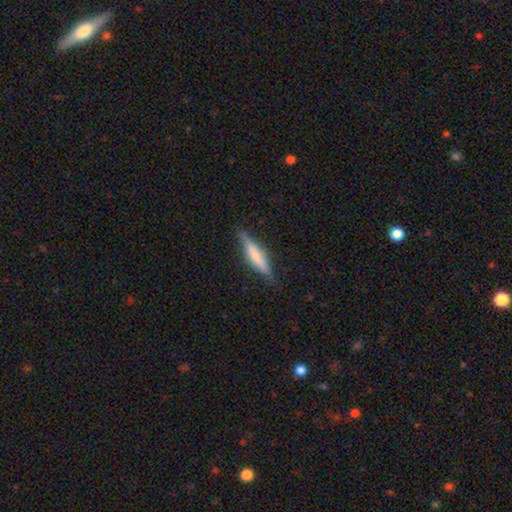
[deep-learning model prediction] Morphology: type=smooth (55%); roundness=cigar-shaped (80%); merging=none (81%).